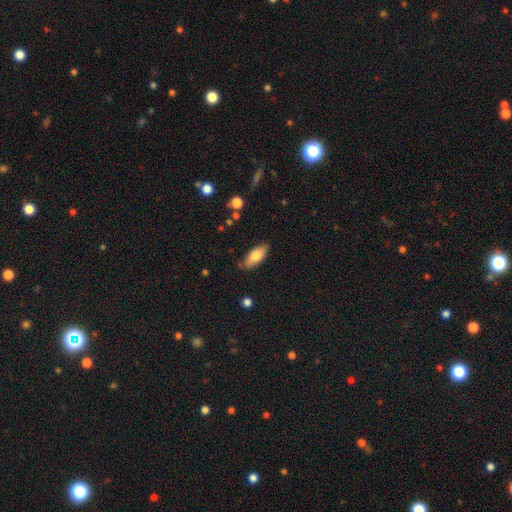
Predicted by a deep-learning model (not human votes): smooth 74%, featured or disk 20%, star or artifact 6%. Down the decision tree: how rounded — in between (83%); merging — none (82%).